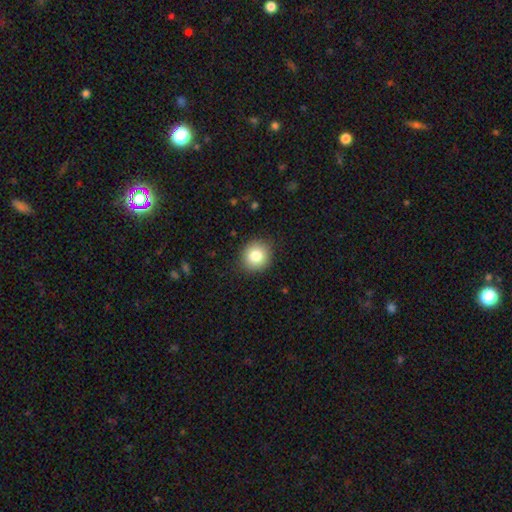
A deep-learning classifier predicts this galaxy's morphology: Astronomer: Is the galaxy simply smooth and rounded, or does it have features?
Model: smooth — 81%.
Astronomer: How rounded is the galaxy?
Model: round — 86%.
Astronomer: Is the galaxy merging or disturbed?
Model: none — 89%.